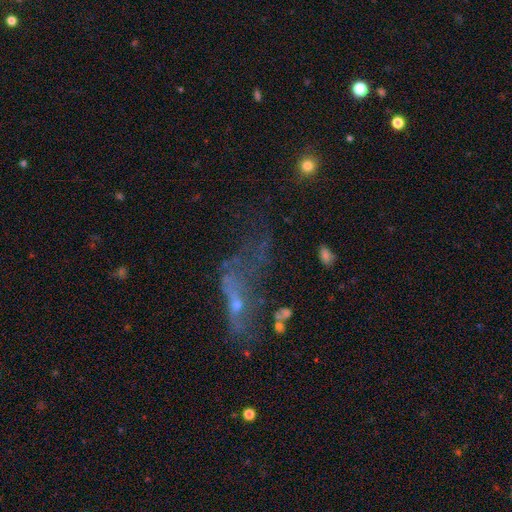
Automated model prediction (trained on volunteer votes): smooth-or-featured: featured or disk: 44% | star or artifact: 32% | smooth: 24%
  merging: major disturbance: 40% | none: 34% | minor disturbance: 18% | merger: 8%